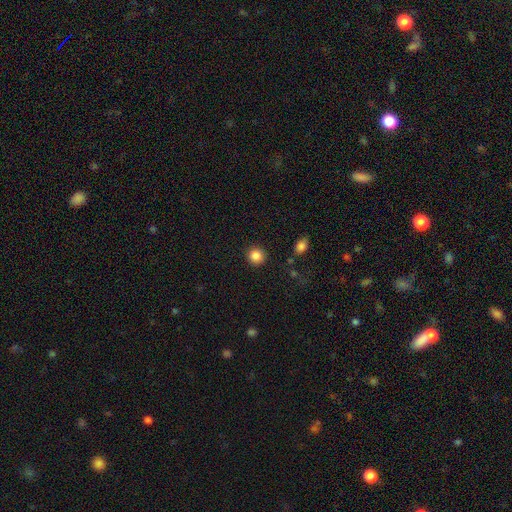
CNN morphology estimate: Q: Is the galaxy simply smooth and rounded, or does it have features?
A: smooth — 86%.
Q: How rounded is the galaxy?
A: round — 93%.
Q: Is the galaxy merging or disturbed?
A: none — 91%.